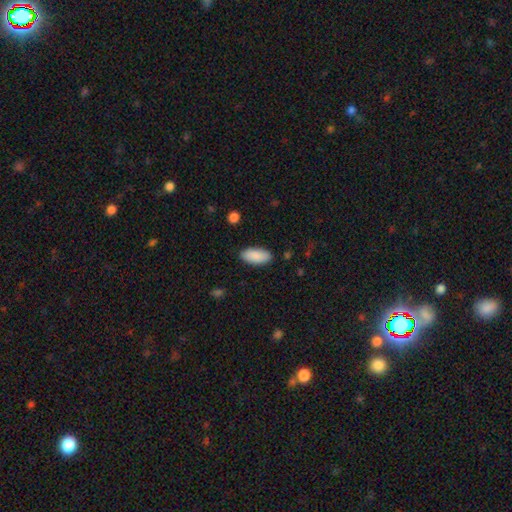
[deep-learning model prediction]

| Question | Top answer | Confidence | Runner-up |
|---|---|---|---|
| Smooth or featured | smooth | 90% | star or artifact (6%) |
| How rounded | in between | 91% | cigar-shaped (7%) |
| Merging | none | 87% | minor disturbance (10%) |